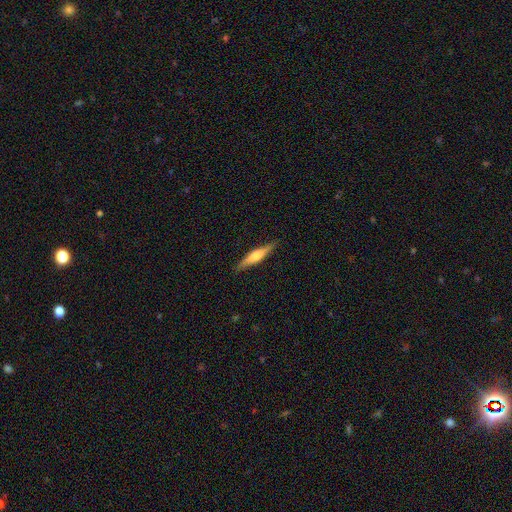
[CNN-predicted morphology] This is possibly a featured or disk galaxy (56%). It is clearly viewed edge-on (96%). Edge-on bulge: clearly rounded (81%). Merging: clearly none (89%).